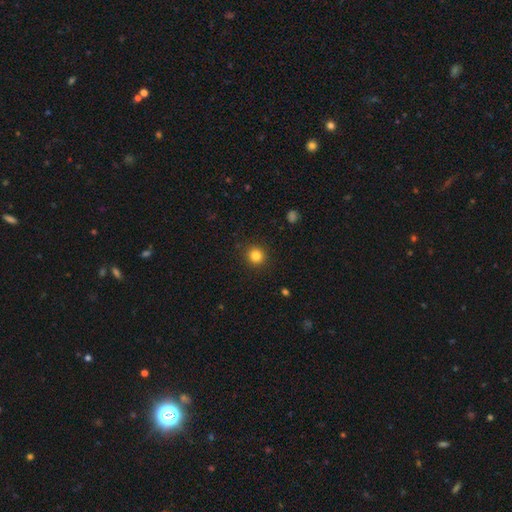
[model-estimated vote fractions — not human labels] Smooth or featured? smooth (83%)
How rounded? round (92%)
Merging? none (91%)